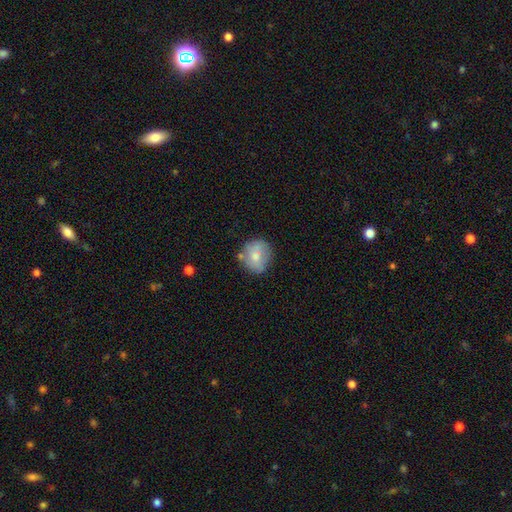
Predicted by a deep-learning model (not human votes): Smooth or featured: smooth — 70% (featured or disk — 22%)
How rounded: round — 84% (in between — 15%)
Merging: none — 66% (minor disturbance — 22%)